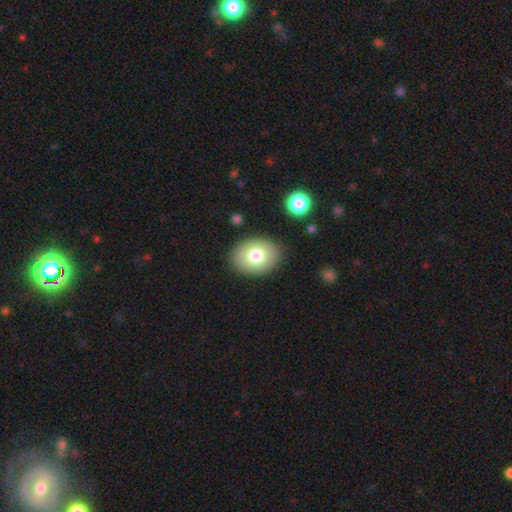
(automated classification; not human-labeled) A smooth galaxy with no disk features (77%) that is in between round and cigar-shaped (71%).

Vote fractions:
- Smooth or featured? smooth: 77% / featured or disk: 14% / star or artifact: 8%
- How rounded? in between: 71% / round: 28% / cigar-shaped: 1%
- Merging? none: 87% / minor disturbance: 9% / major disturbance: 3% / merger: 2%